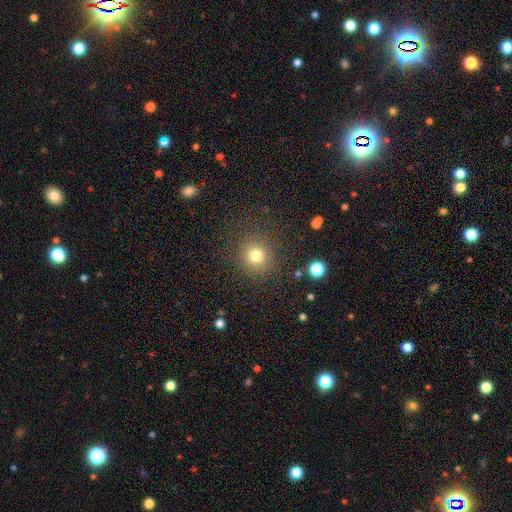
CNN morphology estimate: smooth 77%, star or artifact 15%, featured or disk 8%. Down the decision tree: how rounded — round (90%); merging — none (86%).